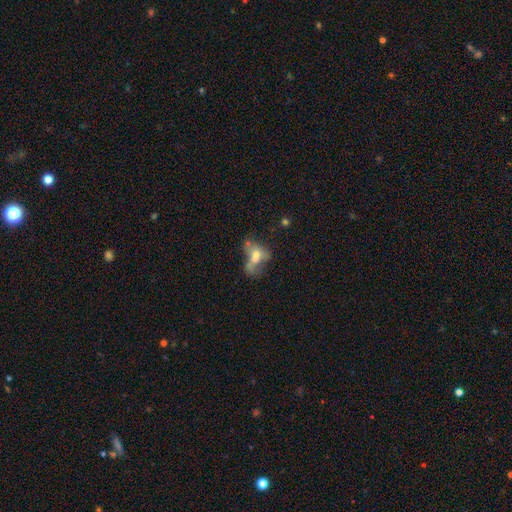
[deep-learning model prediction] A smooth galaxy with no disk features (47%).

Vote fractions:
- Smooth or featured? smooth: 47% / featured or disk: 41% / star or artifact: 12%
- Merging? merger: 41% / major disturbance: 24% / none: 22% / minor disturbance: 13%